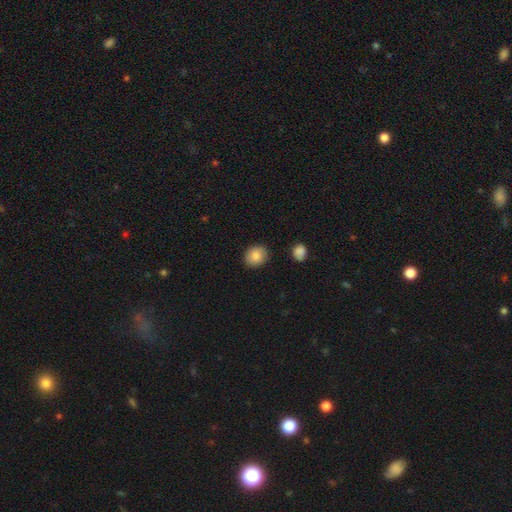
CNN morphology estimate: smooth_or_featured: smooth (p=0.85) [alt: star or artifact p=0.08]
how_rounded: round (p=0.71) [alt: in between p=0.28]
merging: none (p=0.86) [alt: minor disturbance p=0.10]